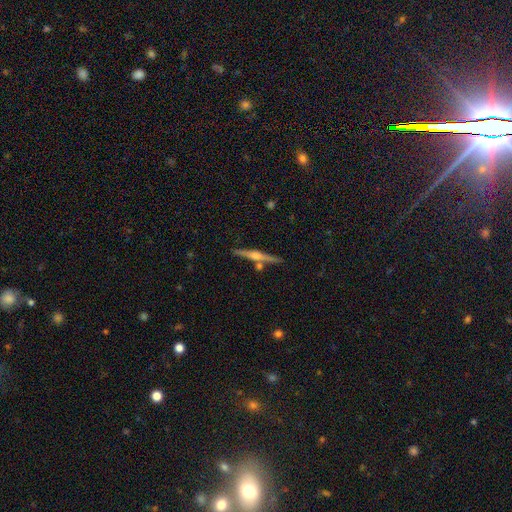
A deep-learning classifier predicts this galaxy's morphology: Smooth or featured?
  - featured or disk: 79% *
  - smooth: 15%
  - star or artifact: 6%
Edge-on disk?
  - yes: 98% *
  - no: 2%
Edge-on bulge?
  - rounded: 85% *
  - boxy: 8%
  - none: 7%
Merging?
  - none: 85% *
  - minor disturbance: 8%
  - merger: 5%
  - major disturbance: 2%